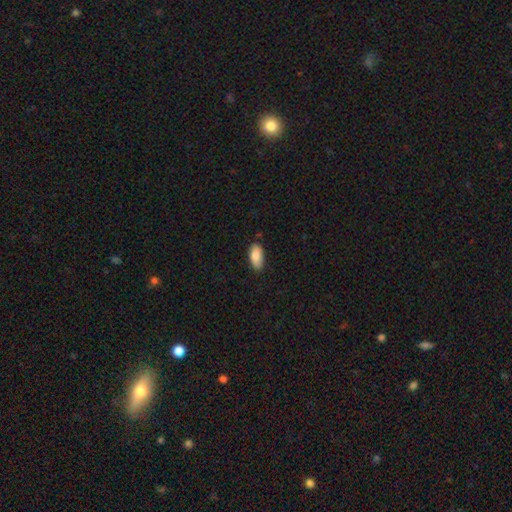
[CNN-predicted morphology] A smooth galaxy with no disk features (86%) that is in between round and cigar-shaped (92%).

Vote fractions:
- Smooth or featured? smooth: 86% / featured or disk: 8% / star or artifact: 6%
- How rounded? in between: 92% / cigar-shaped: 6% / round: 2%
- Merging? none: 79% / minor disturbance: 17% / major disturbance: 2% / merger: 1%